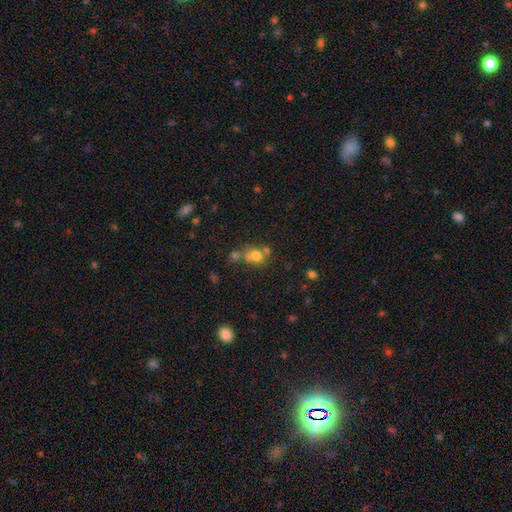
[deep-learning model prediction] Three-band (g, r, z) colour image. It shows a smooth galaxy with no disk features (67%) that is round (69%). Merging: merger (42%, tied with none).